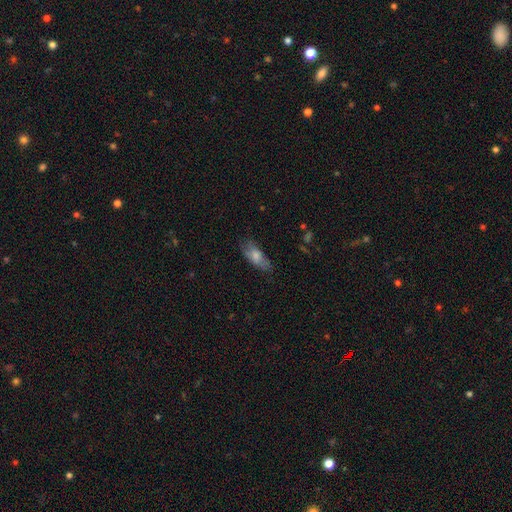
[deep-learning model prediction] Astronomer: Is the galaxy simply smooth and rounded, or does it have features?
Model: smooth — 68%.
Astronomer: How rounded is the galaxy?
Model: in between — 76%.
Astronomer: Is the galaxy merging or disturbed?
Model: none — 68%.